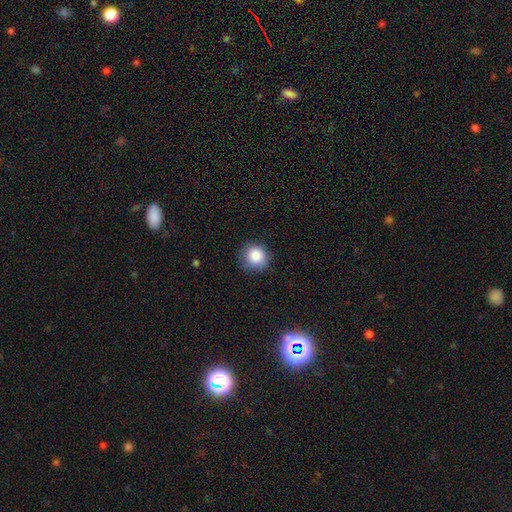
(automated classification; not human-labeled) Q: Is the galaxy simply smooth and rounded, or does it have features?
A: smooth — 86%.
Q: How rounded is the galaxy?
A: round — 92%.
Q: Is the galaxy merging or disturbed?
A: none — 83%.